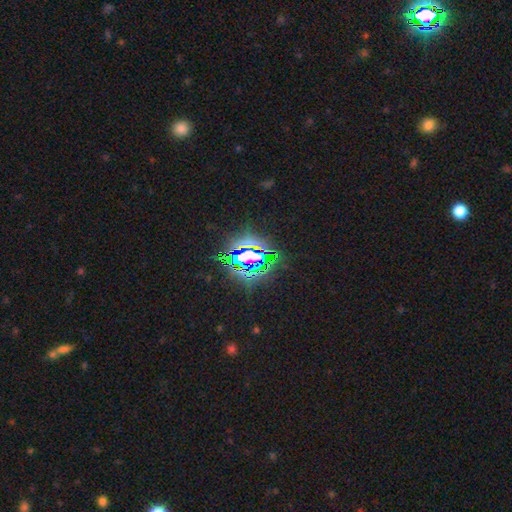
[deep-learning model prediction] Smooth or featured: star or artifact — 78% (smooth — 11%)